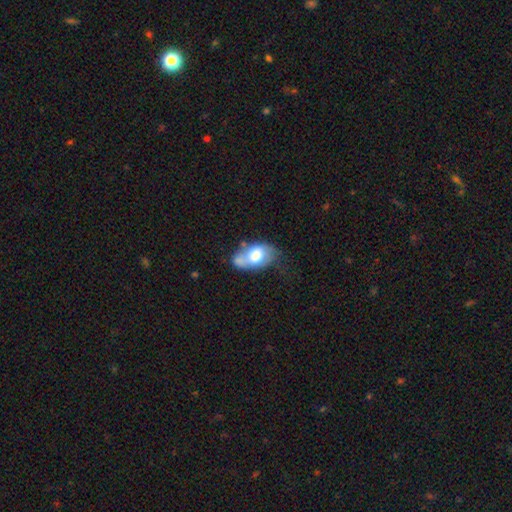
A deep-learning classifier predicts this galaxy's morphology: A smooth galaxy with no disk features (66%) that is in between round and cigar-shaped (87%). Merging: merger (31%).